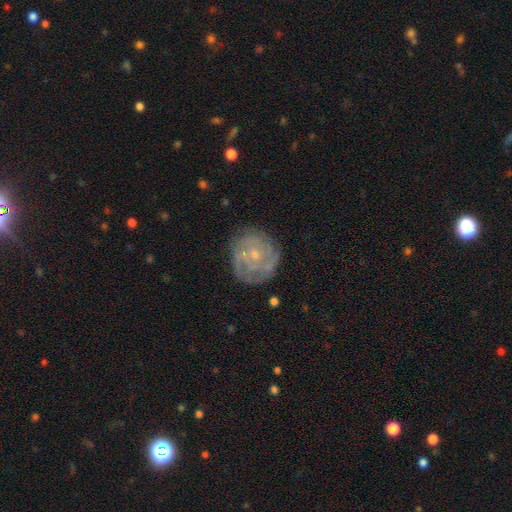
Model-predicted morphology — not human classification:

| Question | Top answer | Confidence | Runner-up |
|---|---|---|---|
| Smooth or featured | featured or disk | 75% | smooth (18%) |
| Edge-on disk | no | 98% | yes (2%) |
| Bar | no | 78% | weak (19%) |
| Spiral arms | yes | 86% | no (14%) |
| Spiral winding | tight | 65% | medium (27%) |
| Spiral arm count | can't tell | 41% | 3 (19%) |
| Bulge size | small | 72% | moderate (23%) |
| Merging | none | 76% | minor disturbance (16%) |